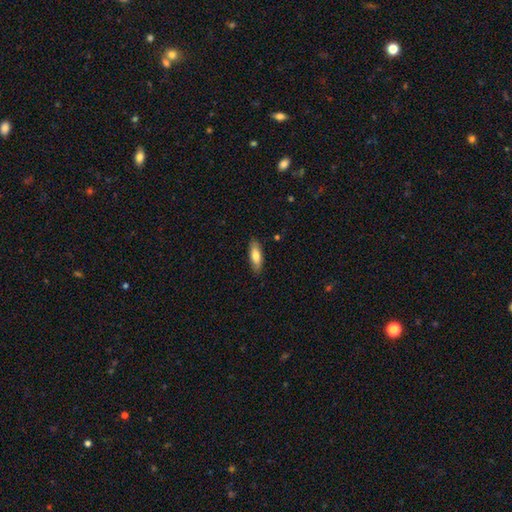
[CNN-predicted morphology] Smooth or featured?
  - smooth: 77% *
  - featured or disk: 17%
  - star or artifact: 6%
How rounded?
  - in between: 61% *
  - cigar-shaped: 37%
  - round: 2%
Merging?
  - none: 86% *
  - minor disturbance: 11%
  - major disturbance: 2%
  - merger: 1%